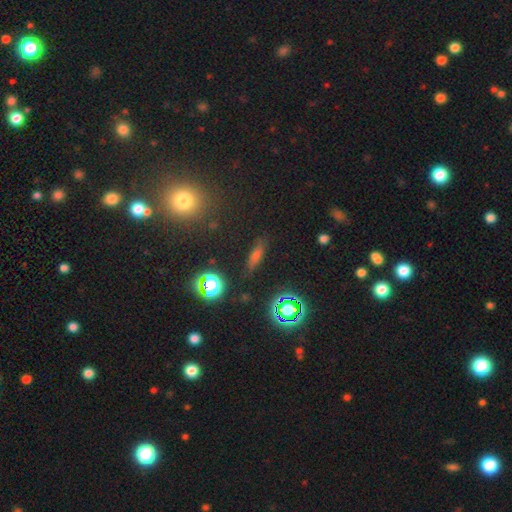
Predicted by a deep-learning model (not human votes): Q: Smooth or featured?
A: smooth (55%); runner-up: star or artifact (26%)
Q: How rounded?
A: cigar-shaped (58%); runner-up: in between (30%)
Q: Merging?
A: none (86%); runner-up: minor disturbance (9%)